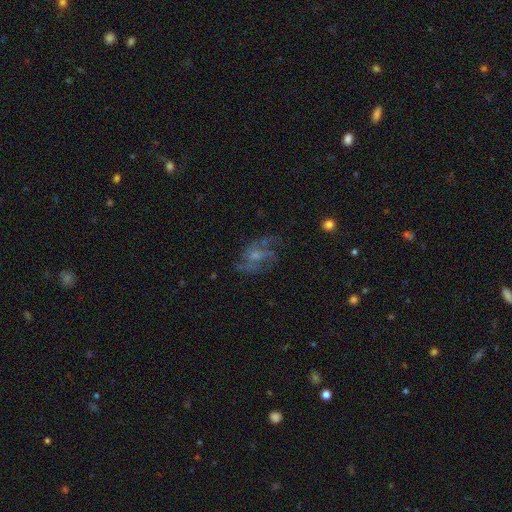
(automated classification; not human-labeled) featured or disk 68%, smooth 20%, star or artifact 12%. Down the decision tree: edge-on disk — no (97%); bar — no (68%); spiral arms — yes (75%); bulge size — small (46%); merging — none (53%).